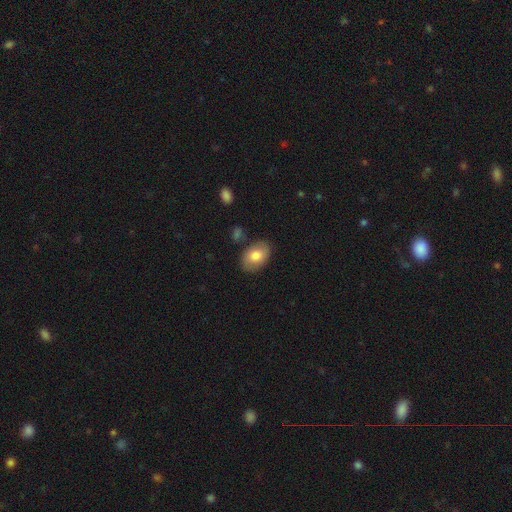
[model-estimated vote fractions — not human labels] This appears to be a smooth galaxy with no disk features (77%) that is in between round and cigar-shaped (88%). Merging: none (81%).